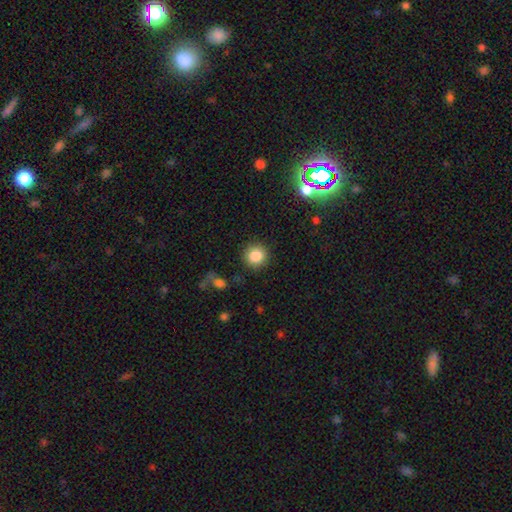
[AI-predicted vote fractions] Smooth or featured: smooth — 84% (star or artifact — 10%)
How rounded: round — 93% (in between — 6%)
Merging: none — 89% (minor disturbance — 7%)